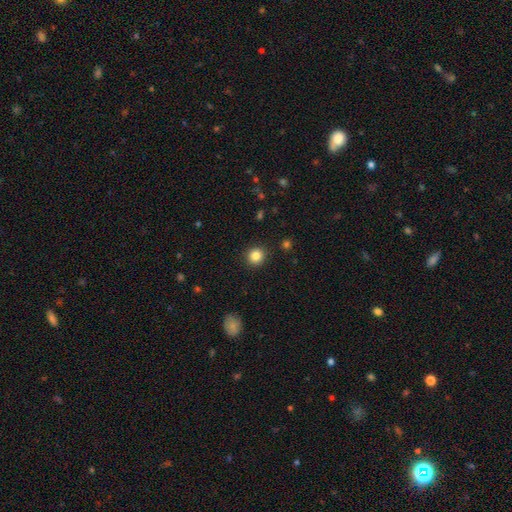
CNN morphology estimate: The model was most divided on "smooth or featured": smooth: 84%, star or artifact: 11%, featured or disk: 5%. More confident: how rounded — round (92%); merging — none (92%).